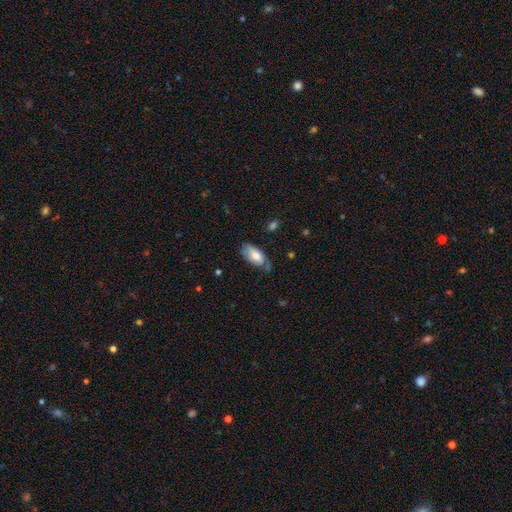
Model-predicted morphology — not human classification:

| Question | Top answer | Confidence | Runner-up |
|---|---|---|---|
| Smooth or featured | smooth | 70% | featured or disk (24%) |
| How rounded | in between | 92% | cigar-shaped (6%) |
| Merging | none | 51% | minor disturbance (35%) |